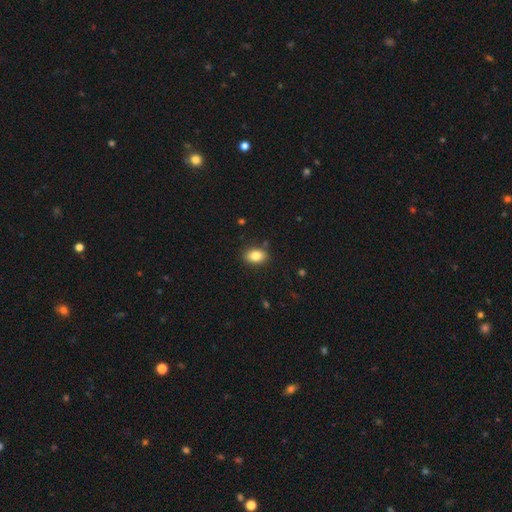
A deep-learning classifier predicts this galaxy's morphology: A smooth galaxy with no disk features (85%) that is in between round and cigar-shaped (81%).

Vote fractions:
- Smooth or featured? smooth: 85% / star or artifact: 8% / featured or disk: 6%
- How rounded? in between: 81% / round: 17% / cigar-shaped: 1%
- Merging? none: 86% / minor disturbance: 10% / major disturbance: 2% / merger: 2%